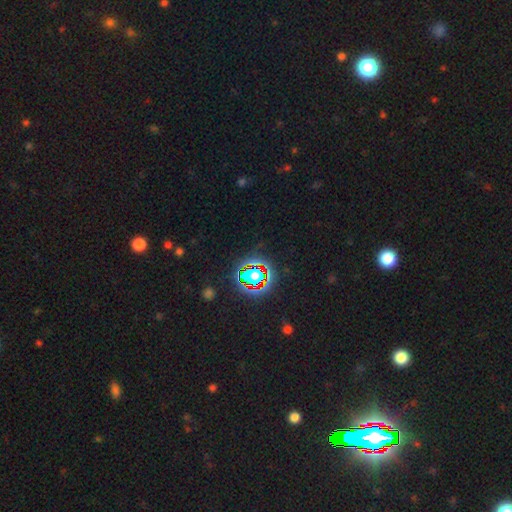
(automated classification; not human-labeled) A star or artifact, not a galaxy (79%).

Vote fractions:
- Smooth or featured? star or artifact: 79% / smooth: 12% / featured or disk: 9%